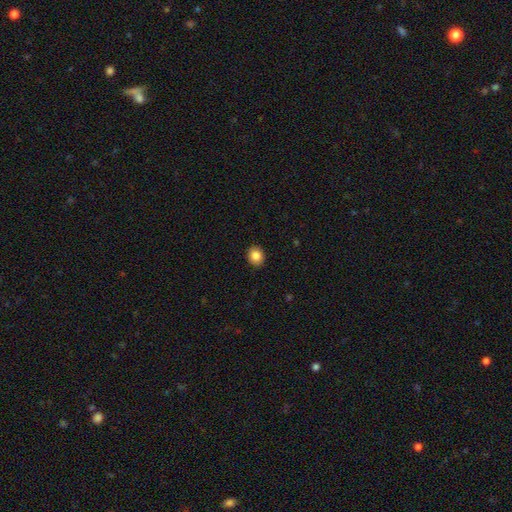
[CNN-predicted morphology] Smooth or featured: smooth — 86% (star or artifact — 9%)
How rounded: round — 69% (in between — 30%)
Merging: none — 91% (minor disturbance — 6%)